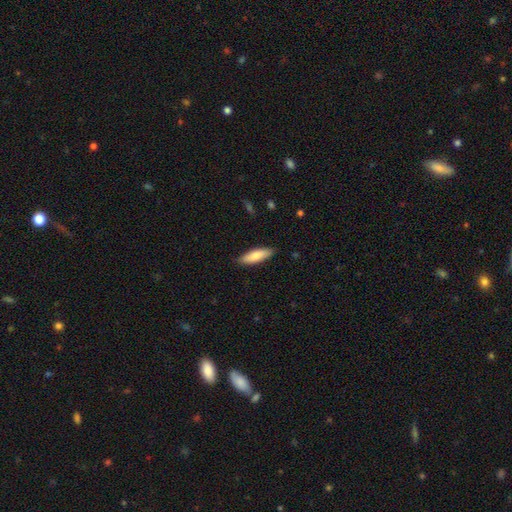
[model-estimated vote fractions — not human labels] smooth 81%, featured or disk 14%, star or artifact 5%. Down the decision tree: how rounded — cigar-shaped (51%); merging — none (87%).